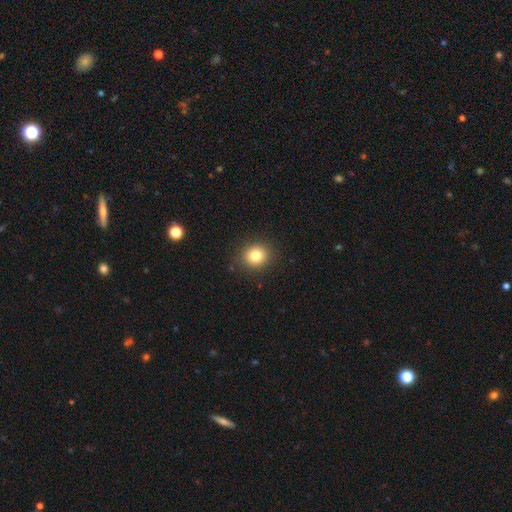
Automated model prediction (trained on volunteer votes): A smooth galaxy with no disk features (81%) that is round (84%). Merging: none (89%).